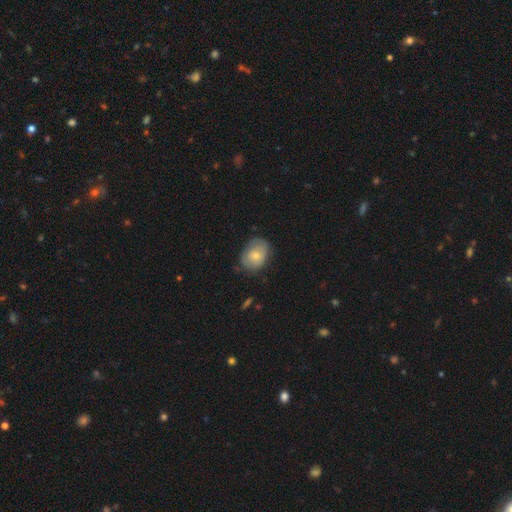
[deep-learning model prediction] Smooth or featured? Predicted: smooth (p=0.70). How rounded? Predicted: in between (p=0.65). Merging? Predicted: none (p=0.64).